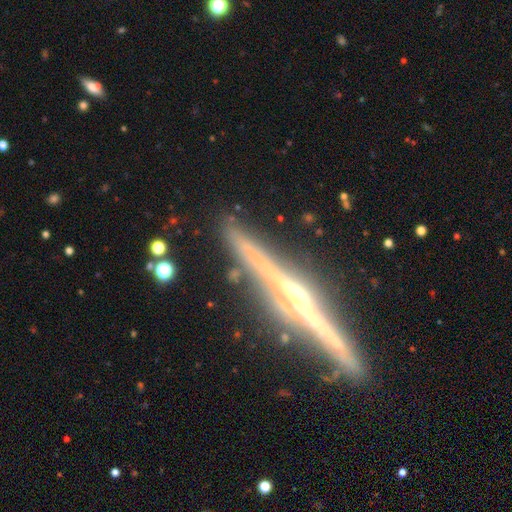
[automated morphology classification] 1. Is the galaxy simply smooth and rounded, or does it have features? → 86% featured or disk, 8% smooth, 6% star or artifact.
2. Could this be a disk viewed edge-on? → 97% yes, 3% no.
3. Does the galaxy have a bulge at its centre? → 84% rounded, 9% none, 7% boxy.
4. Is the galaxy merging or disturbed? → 86% none, 10% minor disturbance, 2% major disturbance, 2% merger.